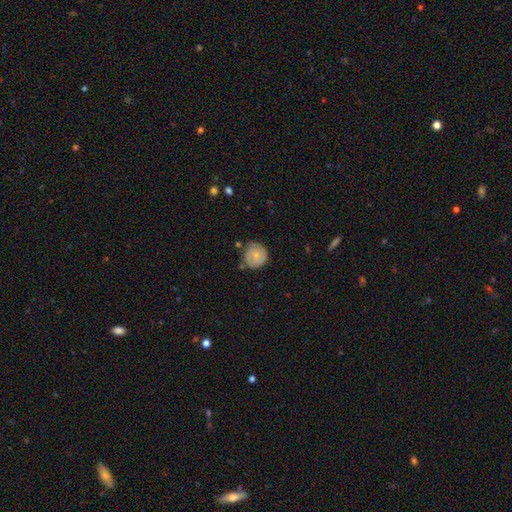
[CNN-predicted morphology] The model was most divided on "smooth or featured": smooth: 50%, featured or disk: 43%, star or artifact: 7%. More confident: how rounded — round (88%); merging — none (67%).